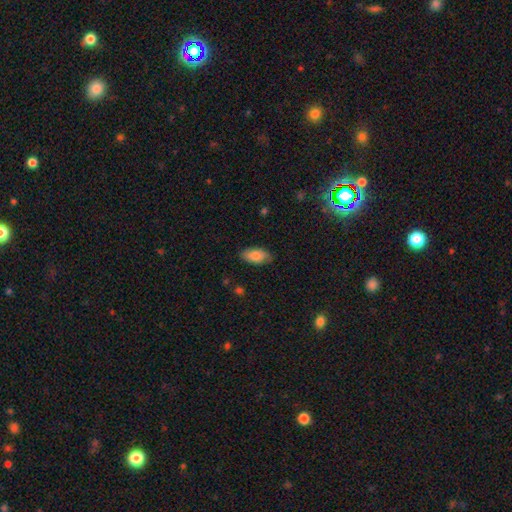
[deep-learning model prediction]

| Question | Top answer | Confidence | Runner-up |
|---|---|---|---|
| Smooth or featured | smooth | 82% | featured or disk (11%) |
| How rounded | in between | 93% | cigar-shaped (5%) |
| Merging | none | 80% | minor disturbance (16%) |